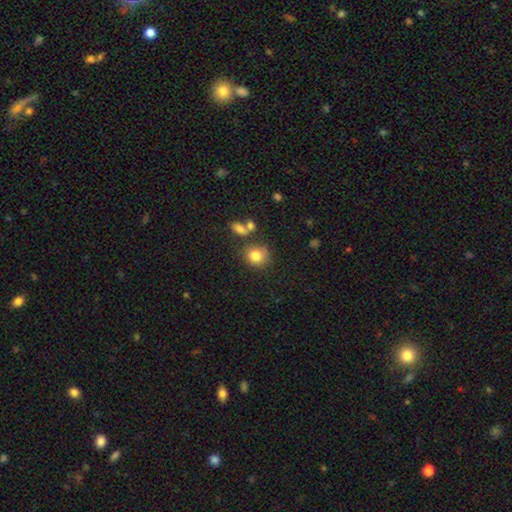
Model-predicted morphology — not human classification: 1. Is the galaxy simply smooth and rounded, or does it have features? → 82% smooth, 10% star or artifact, 8% featured or disk.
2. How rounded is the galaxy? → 82% round, 17% in between, 1% cigar-shaped.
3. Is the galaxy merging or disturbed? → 71% none, 14% minor disturbance, 11% merger, 5% major disturbance.